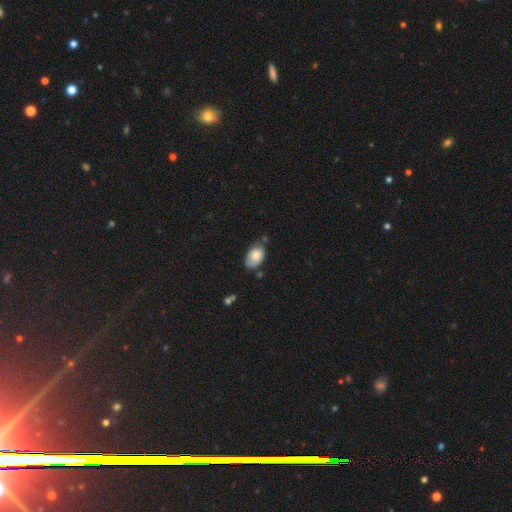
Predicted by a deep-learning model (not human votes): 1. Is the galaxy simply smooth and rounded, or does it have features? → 79% smooth, 14% featured or disk, 7% star or artifact.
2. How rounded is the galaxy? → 92% in between, 7% round, 1% cigar-shaped.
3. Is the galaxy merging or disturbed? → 53% none, 33% minor disturbance, 7% merger, 6% major disturbance.